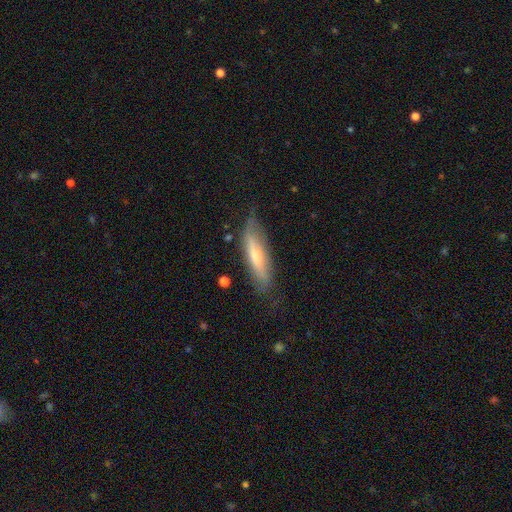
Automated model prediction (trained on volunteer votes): Morphology: type=featured or disk (47%); merging=none (69%).